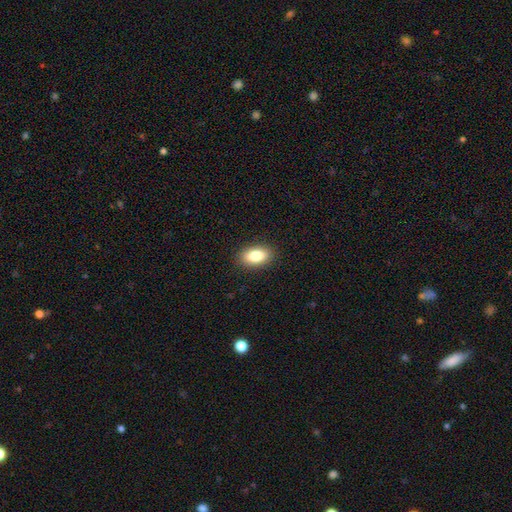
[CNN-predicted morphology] This appears to be a smooth galaxy with no disk features (83%) that is in between round and cigar-shaped (91%). Merging: none (89%).